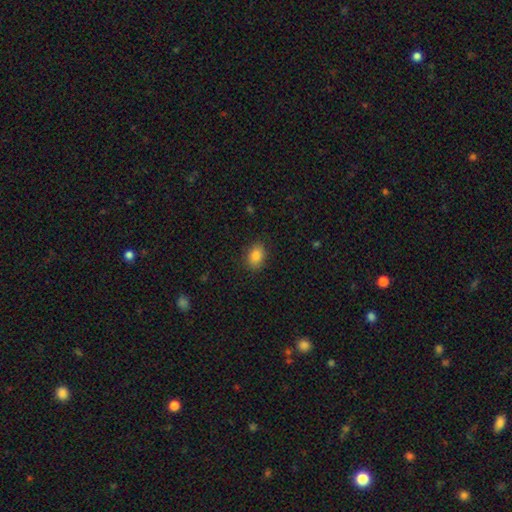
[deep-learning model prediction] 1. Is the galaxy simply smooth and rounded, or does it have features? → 85% smooth, 9% star or artifact, 5% featured or disk.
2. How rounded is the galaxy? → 70% in between, 29% round, 1% cigar-shaped.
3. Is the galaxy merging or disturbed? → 86% none, 10% minor disturbance, 3% major disturbance, 1% merger.